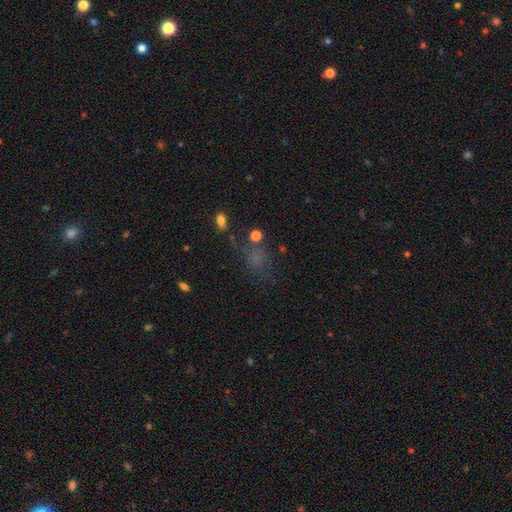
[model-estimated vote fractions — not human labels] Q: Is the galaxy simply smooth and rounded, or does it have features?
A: smooth — 50%.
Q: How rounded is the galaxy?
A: in between — 56%.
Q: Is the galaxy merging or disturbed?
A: none — 46%.